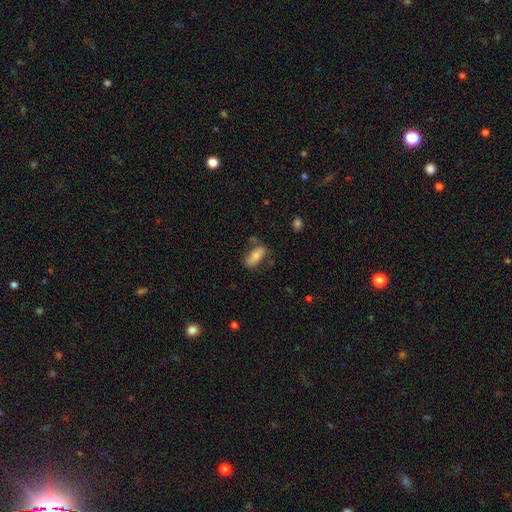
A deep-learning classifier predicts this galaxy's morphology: This appears to be a smooth galaxy with no disk features (74%) that is in between round and cigar-shaped (81%). Merging: none (63%).